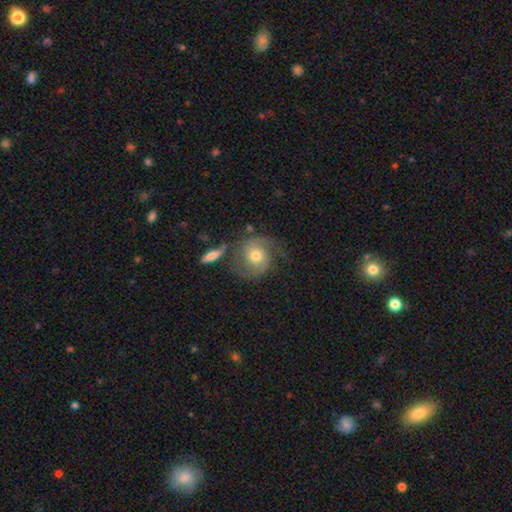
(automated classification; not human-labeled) A featured or disk galaxy (78%) with no bar (72%), 2 (83%) medium (48%) spiral arms (95%) and a moderate central bulge (67%).

Vote fractions:
- Smooth or featured? featured or disk: 78% / smooth: 16% / star or artifact: 6%
- Edge-on disk? no: 97% / yes: 3%
- Bar? no: 72% / weak: 23% / strong: 5%
- Spiral arms? yes: 95% / no: 5%
- Spiral winding? medium: 48% / tight: 31% / loose: 21%
- Spiral arm count? 2: 83% / can't tell: 6% / 1: 5% / 3: 3% / 4: 1% / more than 4: 1%
- Bulge size? moderate: 67% / small: 23% / large: 8% / none: 1% / dominant: 1%
- Merging? none: 63% / minor disturbance: 18% / major disturbance: 13% / merger: 6%